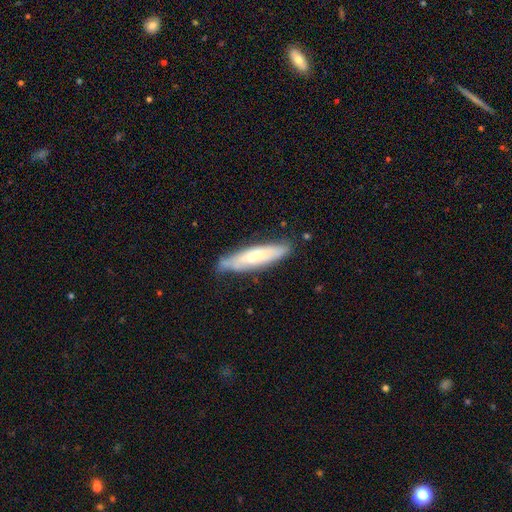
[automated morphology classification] Smooth or featured? Predicted: smooth (p=0.61). How rounded? Predicted: cigar-shaped (p=0.76). Merging? Predicted: none (p=0.74).